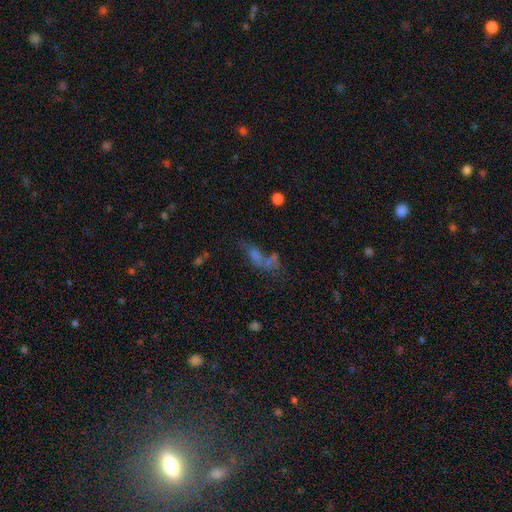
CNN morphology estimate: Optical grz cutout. It shows a smooth galaxy with no disk features (45%). Merging: merger (33%).